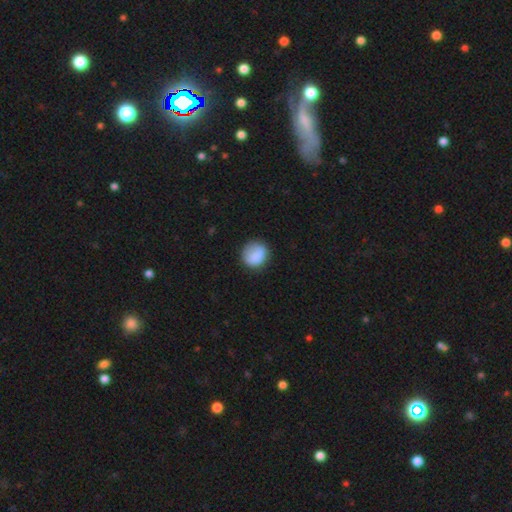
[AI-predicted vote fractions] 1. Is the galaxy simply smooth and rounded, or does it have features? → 86% smooth, 8% star or artifact, 7% featured or disk.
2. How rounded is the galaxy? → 81% round, 18% in between, 1% cigar-shaped.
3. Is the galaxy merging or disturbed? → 77% none, 16% minor disturbance, 5% major disturbance, 1% merger.